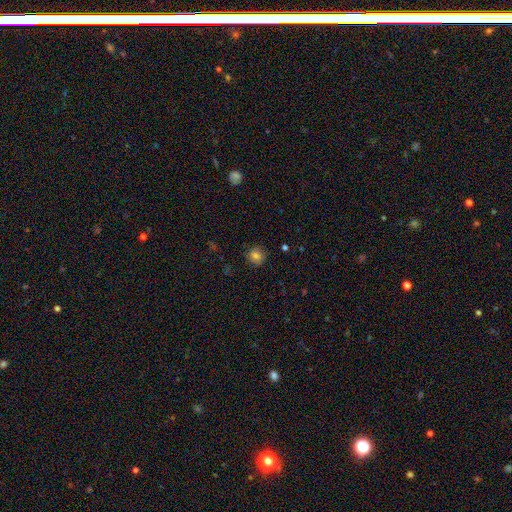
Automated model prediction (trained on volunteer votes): This appears to be a smooth galaxy with no disk features (74%) that is round (86%). Merging: none (84%).